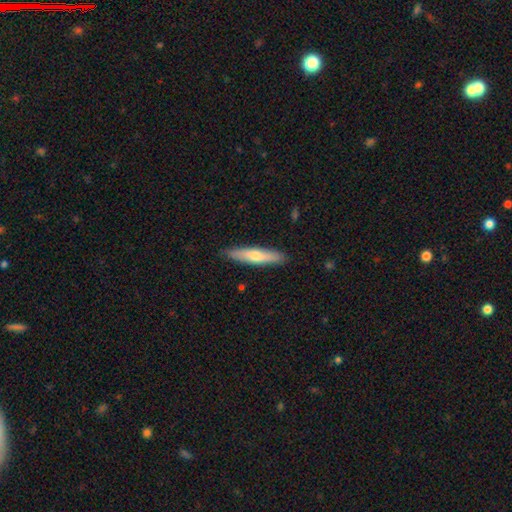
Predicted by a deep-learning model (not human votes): Overall: smooth (61%; featured or disk 34%). How rounded: cigar-shaped (85%). Merging: none (89%).